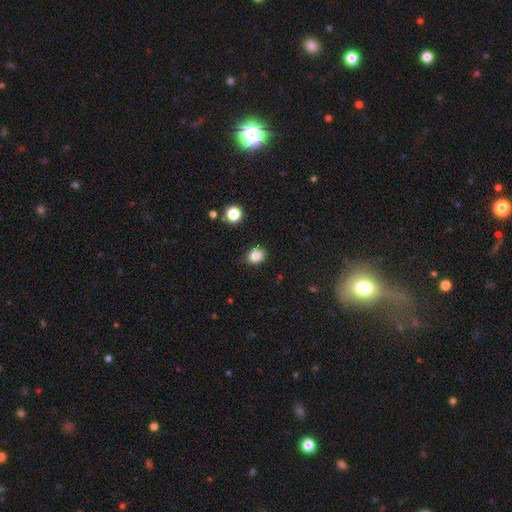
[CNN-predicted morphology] Smooth or featured: smooth — 85% (star or artifact — 11%)
How rounded: round — 63% (in between — 36%)
Merging: none — 85% (minor disturbance — 11%)